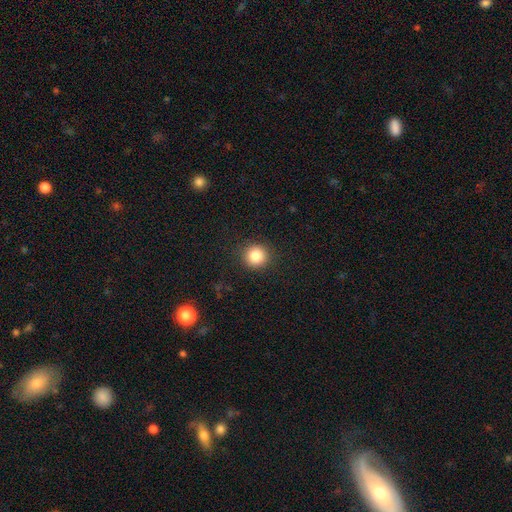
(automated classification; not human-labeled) Smooth or featured?
  - smooth: 84% *
  - star or artifact: 10%
  - featured or disk: 5%
How rounded?
  - round: 93% *
  - in between: 6%
  - cigar-shaped: 1%
Merging?
  - none: 90% *
  - minor disturbance: 6%
  - major disturbance: 2%
  - merger: 1%